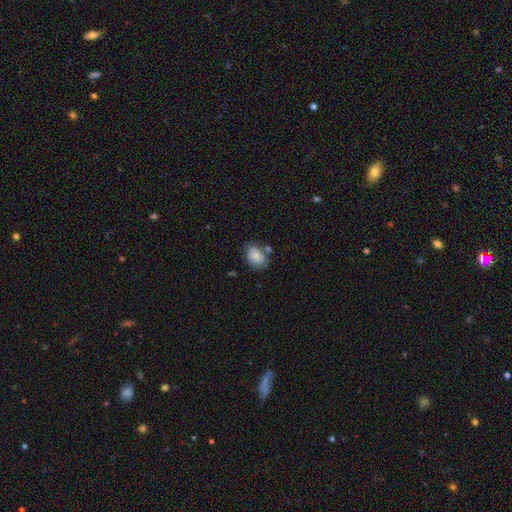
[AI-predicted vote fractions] This appears to be a smooth galaxy with no disk features (78%) that is in between round and cigar-shaped (78%). Merging: none (58%).